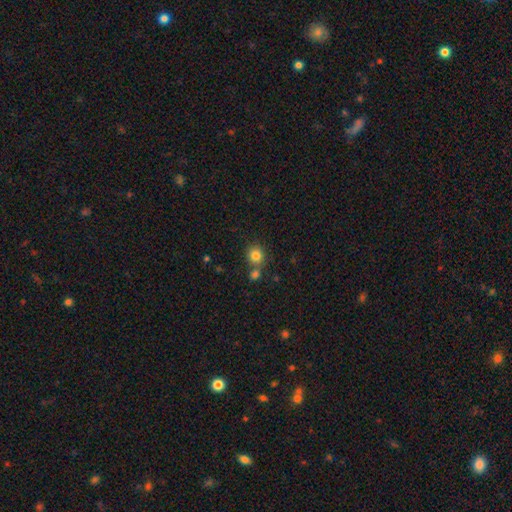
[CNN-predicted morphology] A smooth galaxy with no disk features (82%) that is round (88%). Merging: none (66%).